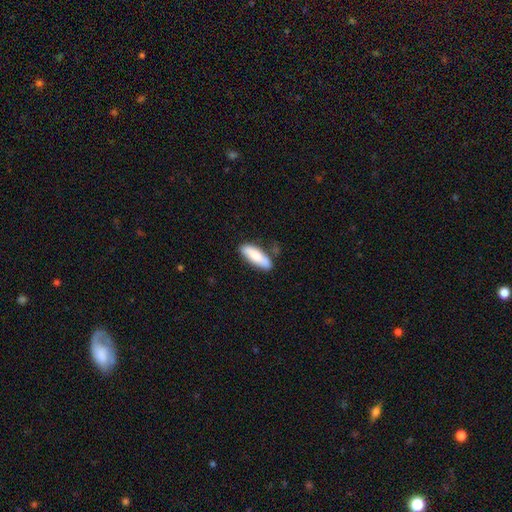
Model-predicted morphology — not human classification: smooth 77%, featured or disk 17%, star or artifact 6%. Down the decision tree: how rounded — in between (56%); merging — none (74%).